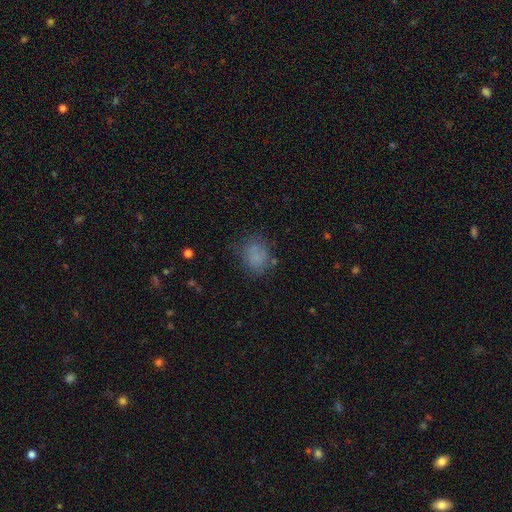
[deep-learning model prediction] This is likely a smooth galaxy (75%). How rounded: possibly in between (54%). Merging: likely none (68%).